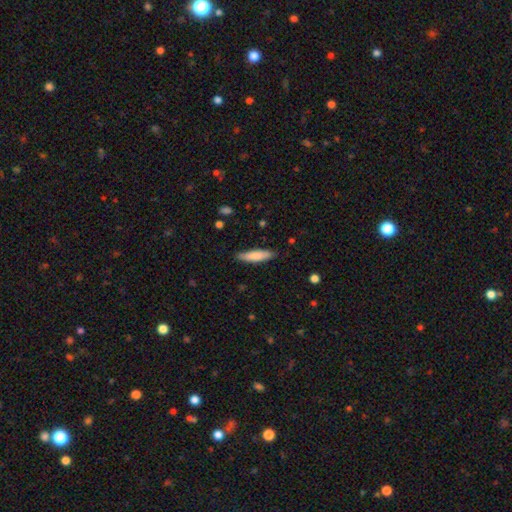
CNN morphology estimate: Smooth or featured: smooth — 79% (featured or disk — 15%)
How rounded: cigar-shaped — 76% (in between — 22%)
Merging: none — 86% (minor disturbance — 11%)